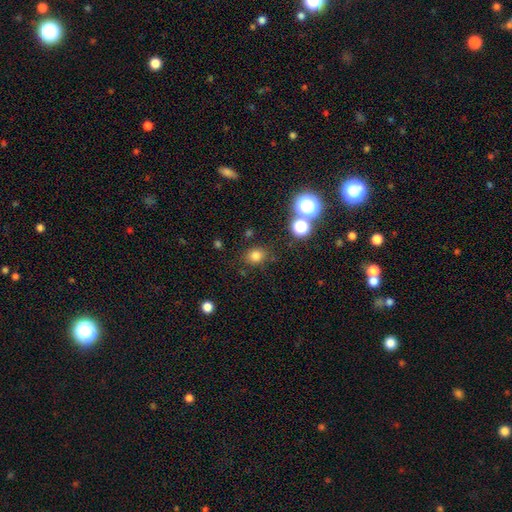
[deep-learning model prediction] This appears to be a smooth galaxy with no disk features (77%) that is round (69%). Merging: none (81%).